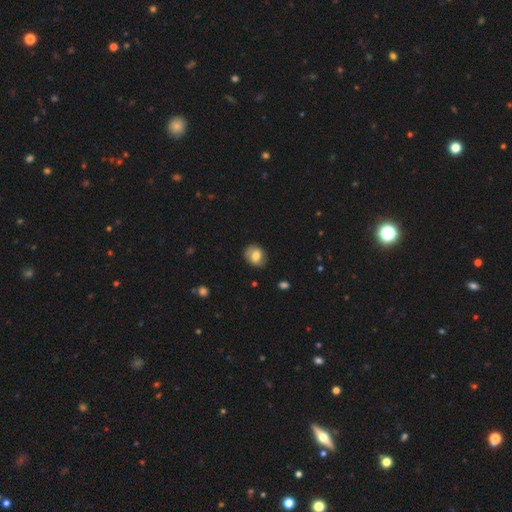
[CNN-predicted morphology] Smooth or featured?
  - smooth: 73% *
  - featured or disk: 19%
  - star or artifact: 8%
How rounded?
  - round: 59% *
  - in between: 40%
  - cigar-shaped: 1%
Merging?
  - none: 77% *
  - minor disturbance: 17%
  - major disturbance: 4%
  - merger: 1%